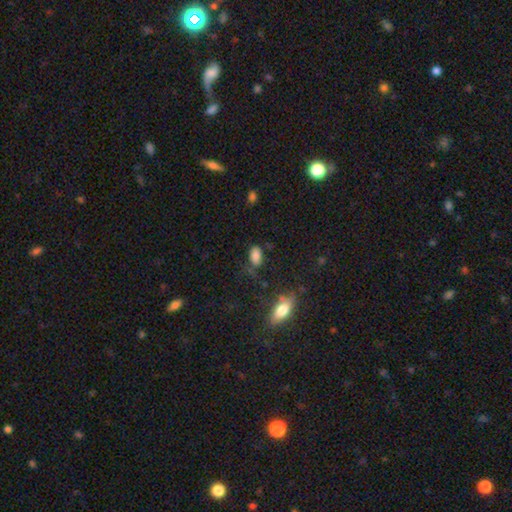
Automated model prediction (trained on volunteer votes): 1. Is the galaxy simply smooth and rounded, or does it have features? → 80% smooth, 11% star or artifact, 8% featured or disk.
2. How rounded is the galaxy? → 90% in between, 7% round, 3% cigar-shaped.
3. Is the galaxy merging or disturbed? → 62% none, 23% minor disturbance, 9% major disturbance, 5% merger.